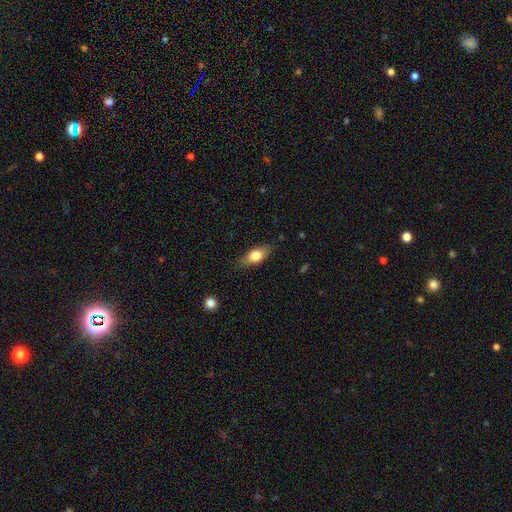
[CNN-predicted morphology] A smooth galaxy with no disk features (73%) that is in between round and cigar-shaped (78%). Merging: none (79%).